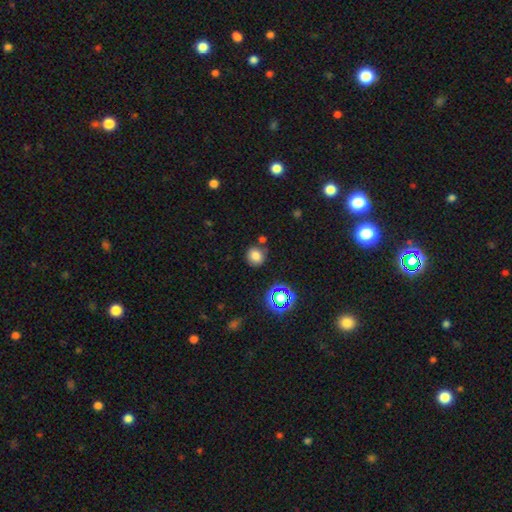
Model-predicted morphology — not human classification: smooth_or_featured: smooth (p=0.76) [alt: star or artifact p=0.17]
how_rounded: round (p=0.82) [alt: in between p=0.17]
merging: none (p=0.78) [alt: minor disturbance p=0.12]